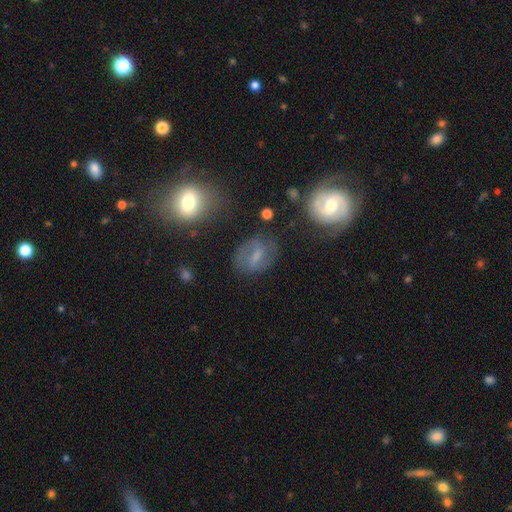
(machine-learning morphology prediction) A featured or disk galaxy (54%) with a weak bar (47%), spiral arms (74%) and a small central bulge (44%). Merging: none (66%).